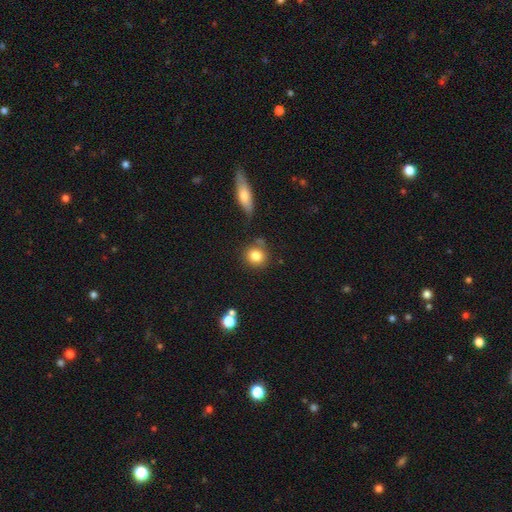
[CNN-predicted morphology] Smooth or featured?
  - smooth: 83% *
  - star or artifact: 9%
  - featured or disk: 7%
How rounded?
  - round: 84% *
  - in between: 15%
  - cigar-shaped: 1%
Merging?
  - none: 75% *
  - minor disturbance: 13%
  - merger: 9%
  - major disturbance: 4%